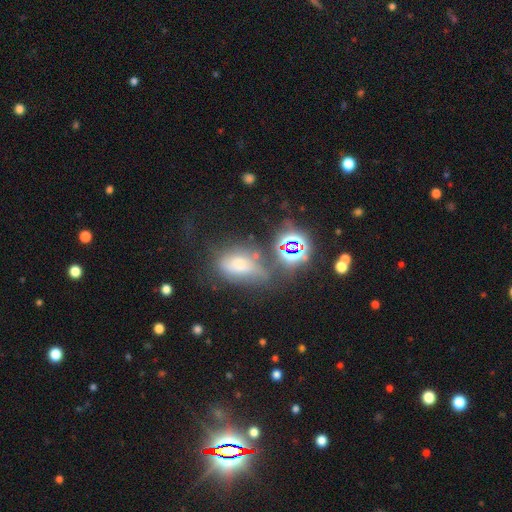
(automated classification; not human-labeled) This appears to be a smooth galaxy with no disk features (47%). Merging: none (39%).